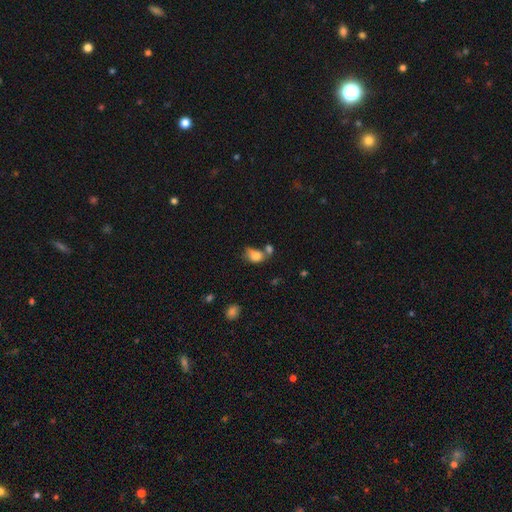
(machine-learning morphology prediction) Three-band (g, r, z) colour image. It shows a smooth galaxy with no disk features (79%) that is in between round and cigar-shaped (74%). Merging: merger (36%).